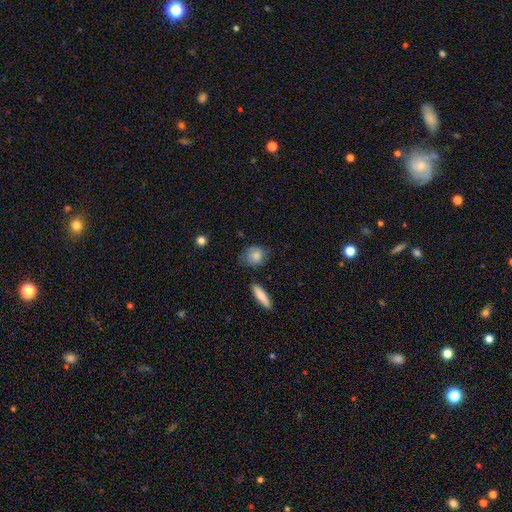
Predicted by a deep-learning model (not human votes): Smooth or featured?
  - smooth: 81% *
  - featured or disk: 12%
  - star or artifact: 8%
How rounded?
  - round: 57% *
  - in between: 40%
  - cigar-shaped: 3%
Merging?
  - none: 64% *
  - minor disturbance: 26%
  - major disturbance: 7%
  - merger: 3%